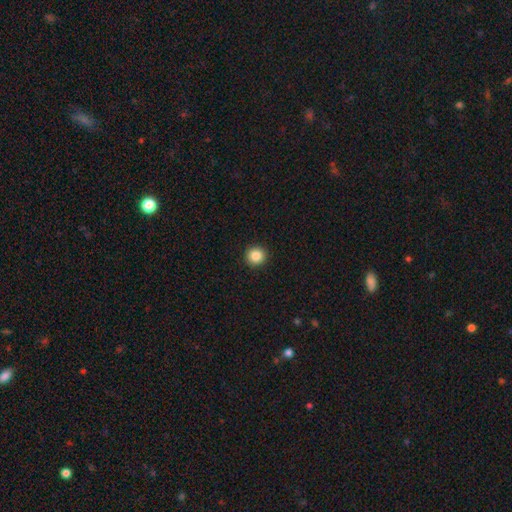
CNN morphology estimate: Smooth or featured: smooth — 87% (star or artifact — 10%)
How rounded: round — 95% (in between — 4%)
Merging: none — 93% (minor disturbance — 4%)